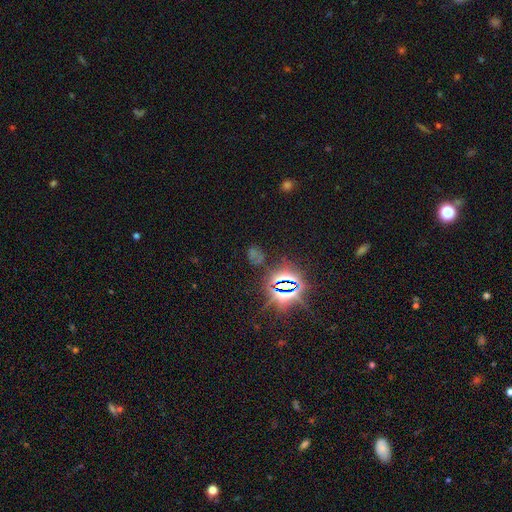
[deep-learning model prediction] The model was most divided on "smooth or featured": star or artifact: 69%, smooth: 21%, featured or disk: 10%.